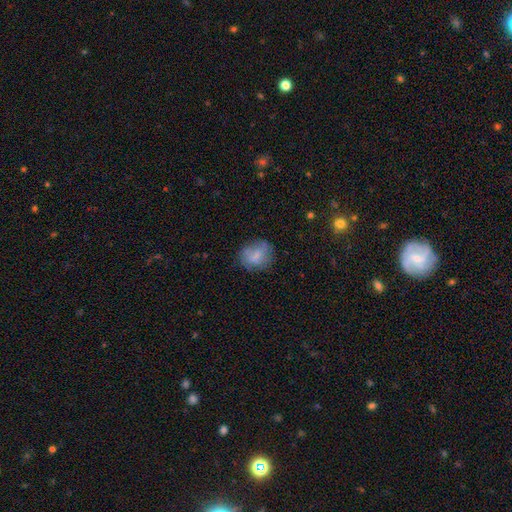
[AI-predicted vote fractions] Smooth or featured? Predicted: smooth (p=0.68). How rounded? Predicted: round (p=0.58). Merging? Predicted: none (p=0.65).